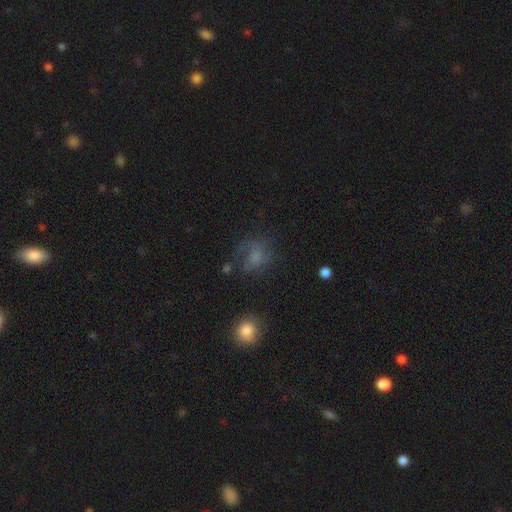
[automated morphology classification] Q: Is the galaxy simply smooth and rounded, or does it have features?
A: smooth — 44%.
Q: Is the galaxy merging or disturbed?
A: none — 44%.